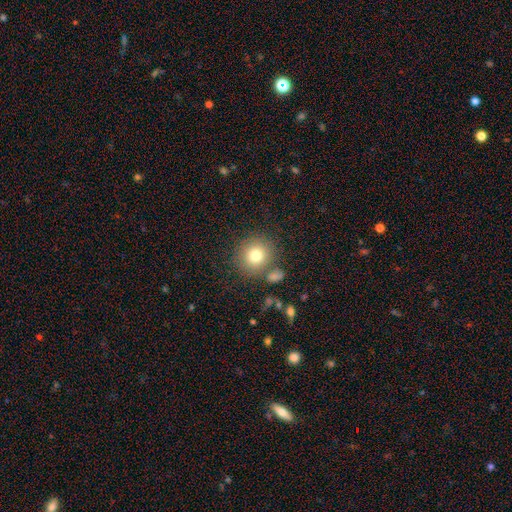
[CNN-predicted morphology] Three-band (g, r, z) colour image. It shows a smooth galaxy with no disk features (77%) that is round (90%). Merging: none (77%).